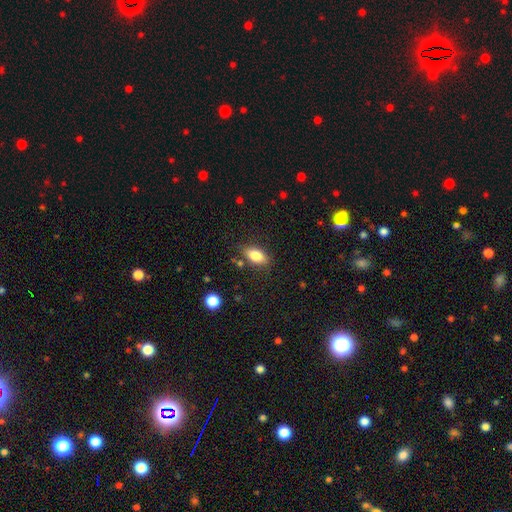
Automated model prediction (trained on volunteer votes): This appears to be a smooth galaxy with no disk features (82%) that is in between round and cigar-shaped (88%). Merging: none (80%).